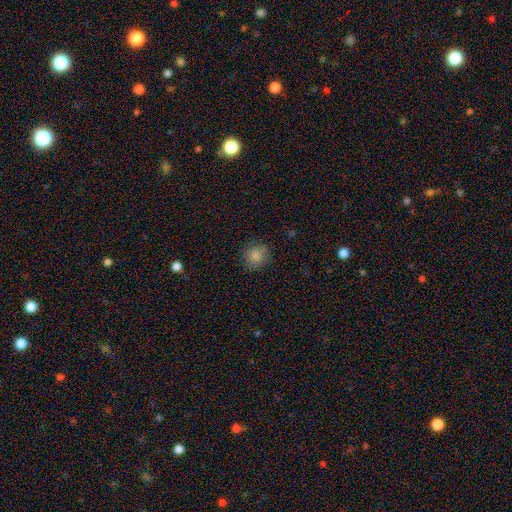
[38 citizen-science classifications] smooth-or-featured: smooth: 84% | featured or disk: 8% | star or artifact: 8%
  how-rounded: round: 81% | in between: 19% | cigar-shaped: 0%
  merging: none: 83% | minor disturbance: 9% | major disturbance: 6% | merger: 3%